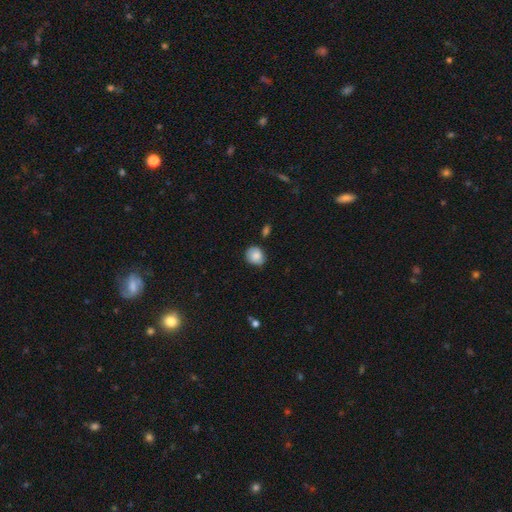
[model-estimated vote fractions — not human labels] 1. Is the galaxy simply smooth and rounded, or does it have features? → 81% smooth, 11% featured or disk, 8% star or artifact.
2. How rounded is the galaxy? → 75% round, 24% in between, 1% cigar-shaped.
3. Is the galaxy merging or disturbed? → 73% none, 20% minor disturbance, 4% major disturbance, 3% merger.